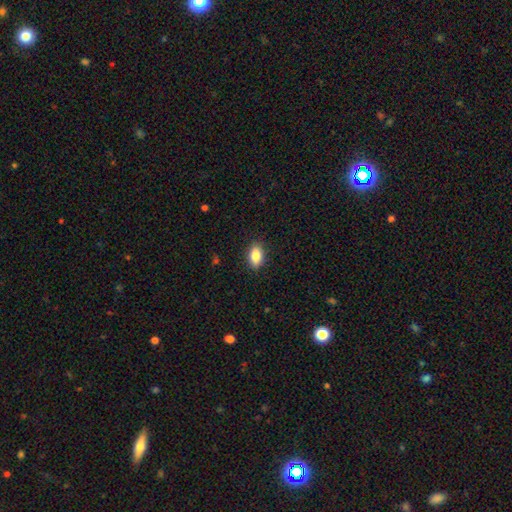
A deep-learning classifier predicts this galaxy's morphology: The model was most divided on "smooth or featured": smooth: 86%, star or artifact: 8%, featured or disk: 6%. More confident: how rounded — in between (89%); merging — none (88%).